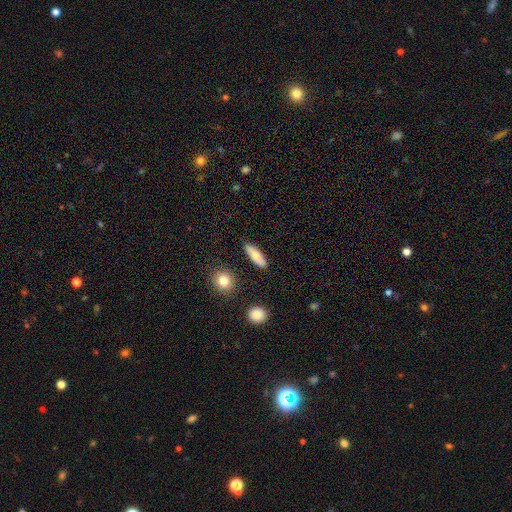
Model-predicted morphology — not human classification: Q: Smooth or featured?
A: smooth (73%); runner-up: featured or disk (20%)
Q: How rounded?
A: in between (57%); runner-up: cigar-shaped (40%)
Q: Merging?
A: none (85%); runner-up: minor disturbance (10%)